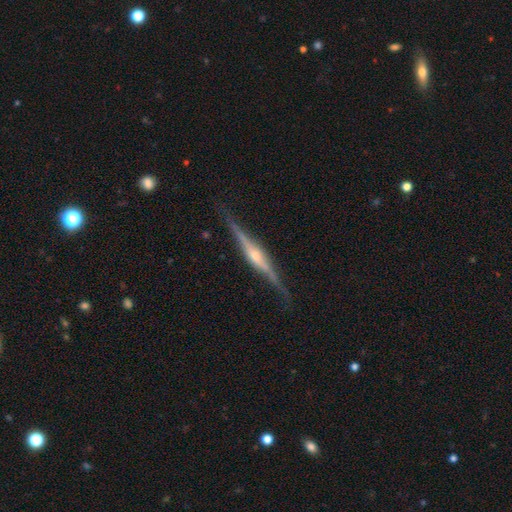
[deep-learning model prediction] Morphology: type=featured or disk (85%); edge-on=yes (98%); edge-on bulge=rounded (82%); merging=none (84%).